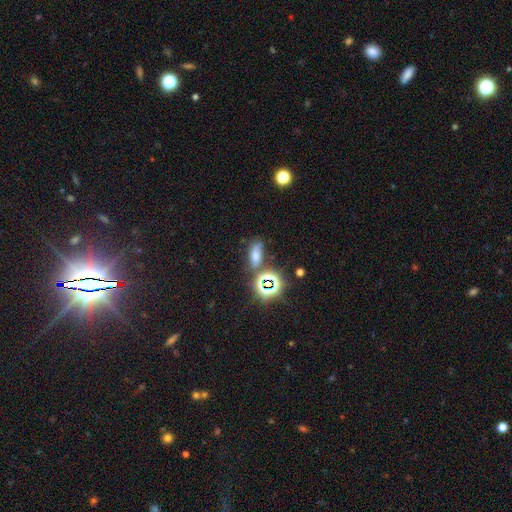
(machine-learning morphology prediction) The model was most divided on "smooth or featured": smooth: 46%, star or artifact: 36%, featured or disk: 17%. More confident: merging — none (54%).